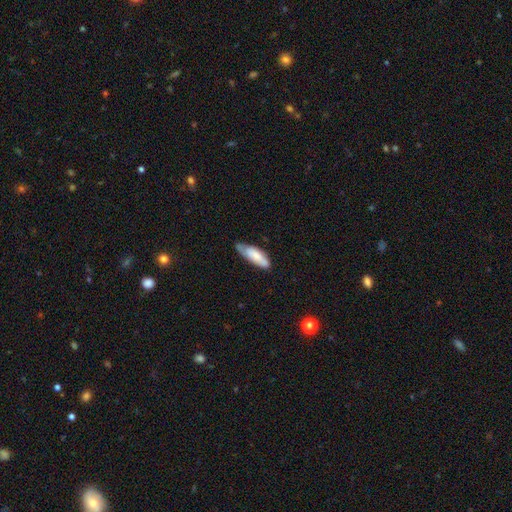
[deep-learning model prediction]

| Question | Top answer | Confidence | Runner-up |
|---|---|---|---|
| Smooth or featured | smooth | 68% | featured or disk (26%) |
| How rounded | in between | 60% | cigar-shaped (38%) |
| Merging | none | 52% | minor disturbance (37%) |